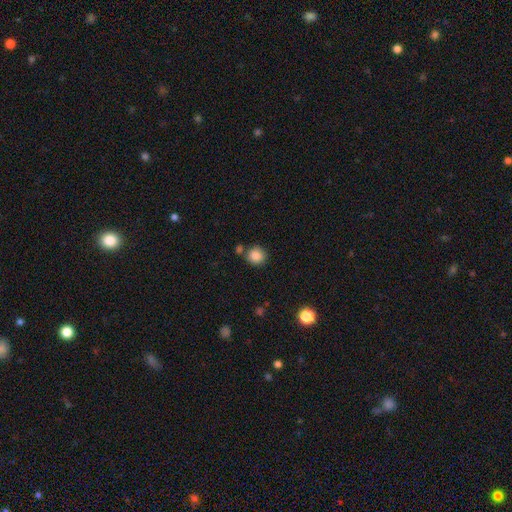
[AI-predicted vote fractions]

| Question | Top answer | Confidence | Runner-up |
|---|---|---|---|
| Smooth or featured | smooth | 87% | star or artifact (9%) |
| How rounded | round | 88% | in between (11%) |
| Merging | none | 76% | minor disturbance (11%) |